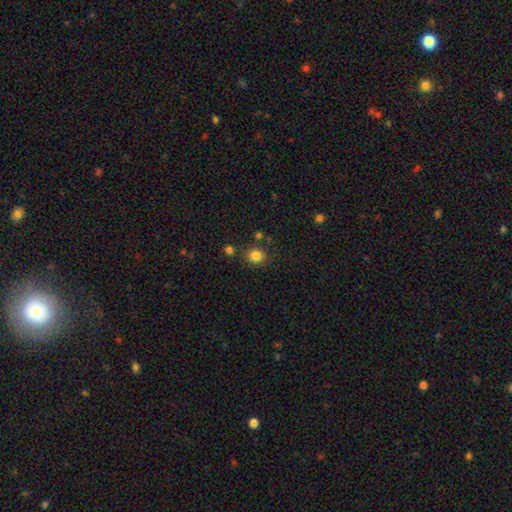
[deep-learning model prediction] smooth-or-featured: smooth: 83% | star or artifact: 12% | featured or disk: 5%
  how-rounded: round: 83% | in between: 16% | cigar-shaped: 1%
  merging: none: 81% | minor disturbance: 9% | merger: 6% | major disturbance: 3%